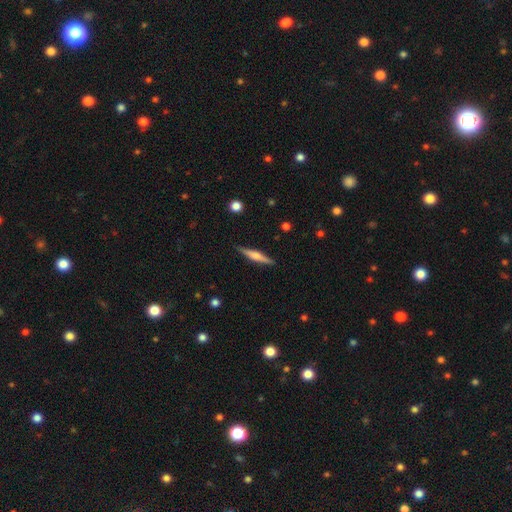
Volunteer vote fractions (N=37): smooth_or_featured: featured or disk (p=0.73) [alt: smooth p=0.27]
disk_edge_on: yes (p=1.00)
edge_on_bulge: rounded (p=0.89) [alt: boxy p=0.07]
merging: none (p=0.95) [alt: minor disturbance p=0.03]